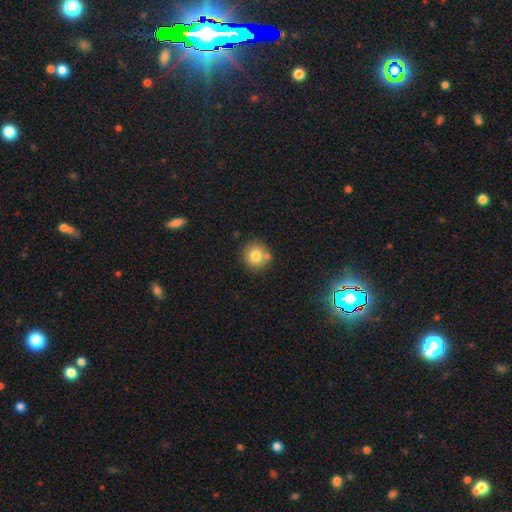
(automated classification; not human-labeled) Smooth or featured: smooth — 79% (featured or disk — 11%)
How rounded: round — 94% (in between — 5%)
Merging: none — 76% (merger — 12%)